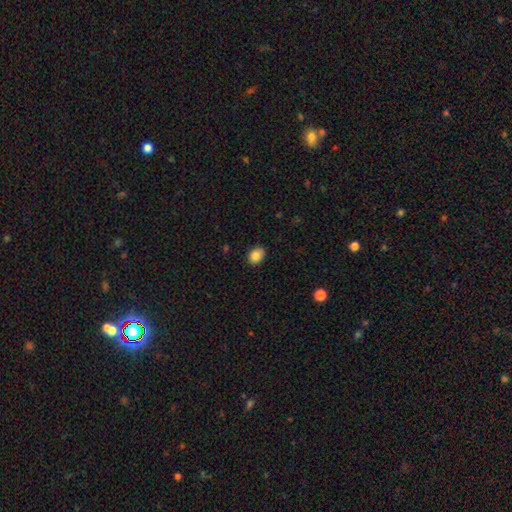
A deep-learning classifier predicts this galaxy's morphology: Q: Smooth or featured?
A: smooth (85%); runner-up: star or artifact (9%)
Q: How rounded?
A: in between (61%); runner-up: round (38%)
Q: Merging?
A: none (84%); runner-up: minor disturbance (13%)